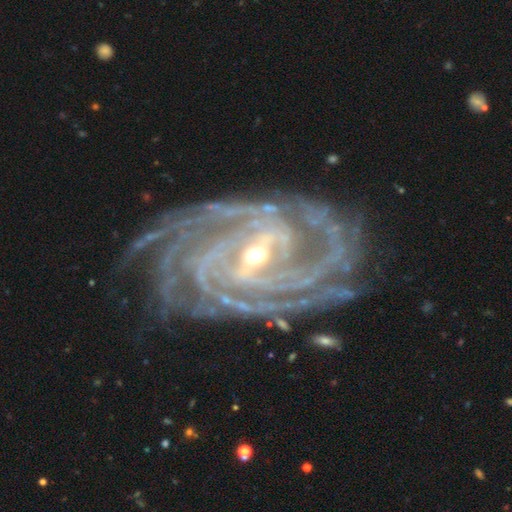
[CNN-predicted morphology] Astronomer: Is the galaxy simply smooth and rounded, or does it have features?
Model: featured or disk — 93%.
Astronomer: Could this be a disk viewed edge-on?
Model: no — 97%.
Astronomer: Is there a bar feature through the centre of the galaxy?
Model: strong — 44% (runner-up: weak, 35%).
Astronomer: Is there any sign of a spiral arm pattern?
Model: yes — 98%.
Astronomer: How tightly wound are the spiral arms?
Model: tight — 67%.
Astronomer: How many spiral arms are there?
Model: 3 — 22% (runner-up: 2, 21%).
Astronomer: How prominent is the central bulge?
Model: small — 56% (runner-up: moderate, 40%).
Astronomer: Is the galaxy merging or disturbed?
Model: none — 69%.